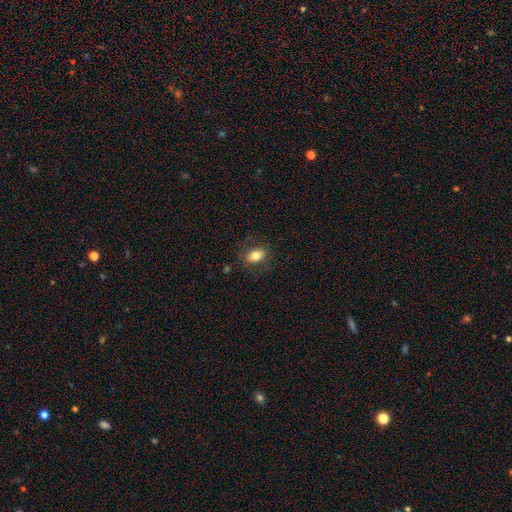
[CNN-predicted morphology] Smooth or featured? smooth (78%)
How rounded? in between (81%)
Merging? none (81%)